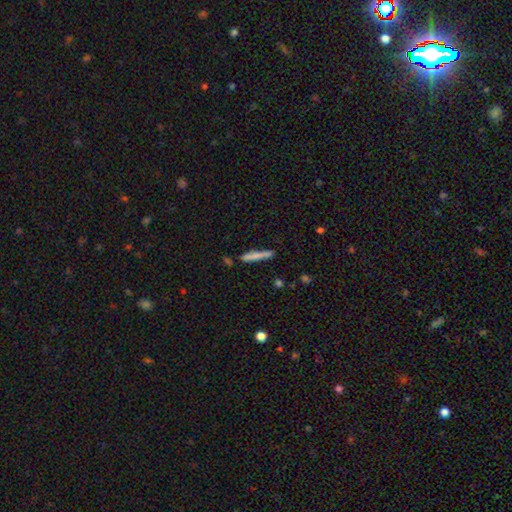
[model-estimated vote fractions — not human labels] This is likely a smooth galaxy (67%). How rounded: clearly cigar-shaped (93%). Merging: likely none (74%).